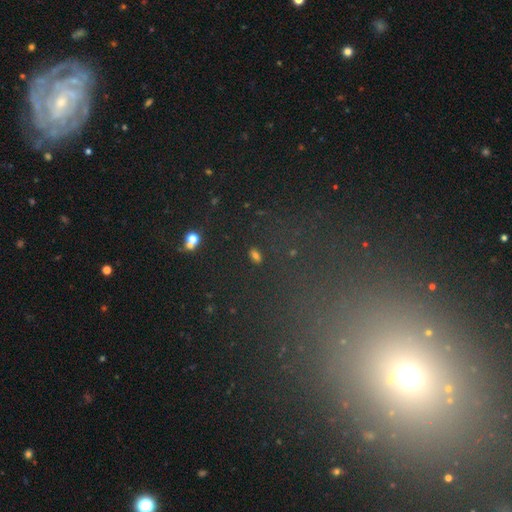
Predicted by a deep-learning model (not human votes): Overall: smooth (66%; star or artifact 26%). How rounded: in between (82%). Merging: none (80%).